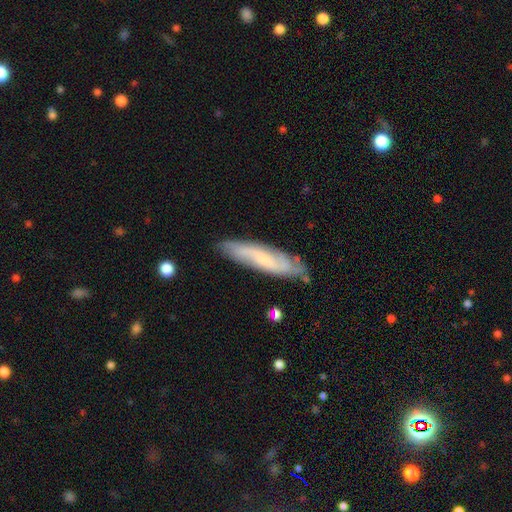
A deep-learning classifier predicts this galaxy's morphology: Overall: featured or disk (52%; smooth 39%). Edge-on disk: no (58%; yes 42%). Merging: none (79%).